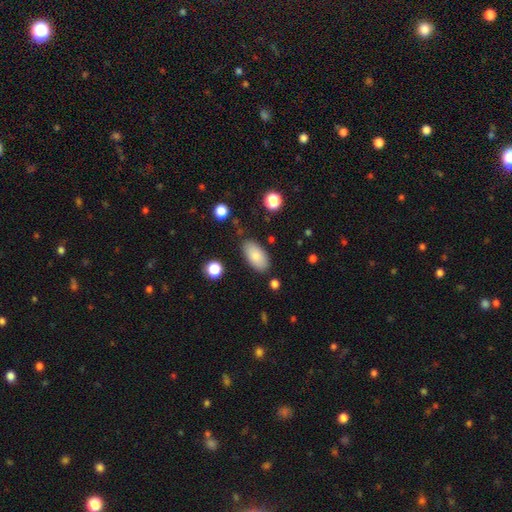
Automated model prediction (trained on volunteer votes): This is clearly a smooth galaxy (82%). How rounded: clearly in between (93%). Merging: clearly none (82%).